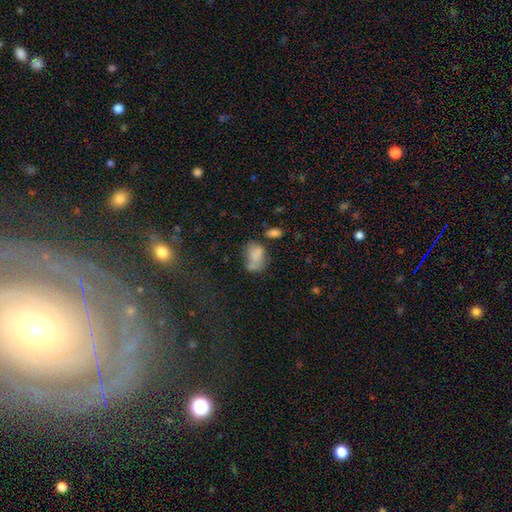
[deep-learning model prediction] Smooth or featured? smooth (71%)
How rounded? in between (81%)
Merging? merger (32%, tied with none)